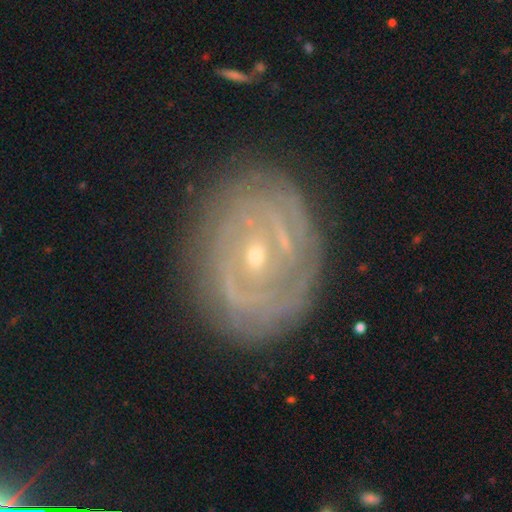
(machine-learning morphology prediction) A featured or disk galaxy (82%) with no bar (43%), tight (74%) spiral arms (84%) and a small central bulge (69%).

Vote fractions:
- Smooth or featured? featured or disk: 82% / smooth: 12% / star or artifact: 6%
- Edge-on disk? no: 96% / yes: 4%
- Bar? no: 43% / weak: 39% / strong: 17%
- Spiral arms? yes: 84% / no: 16%
- Spiral winding? tight: 74% / medium: 20% / loose: 7%
- Spiral arm count? can't tell: 39% / 2: 27% / 3: 13% / 4: 8% / more than 4: 6% / 1: 6%
- Bulge size? small: 69% / moderate: 27% / large: 2% / none: 1% / dominant: 1%
- Merging? none: 78% / minor disturbance: 15% / major disturbance: 5% / merger: 2%